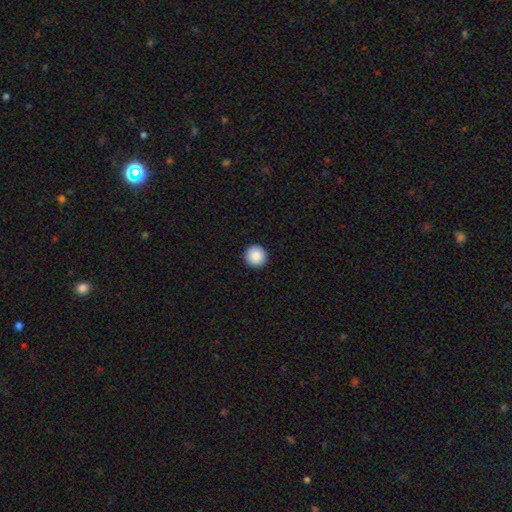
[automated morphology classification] Smooth or featured?
  - smooth: 89% *
  - star or artifact: 8%
  - featured or disk: 3%
How rounded?
  - round: 96% *
  - in between: 3%
  - cigar-shaped: 1%
Merging?
  - none: 94% *
  - minor disturbance: 4%
  - major disturbance: 1%
  - merger: 1%